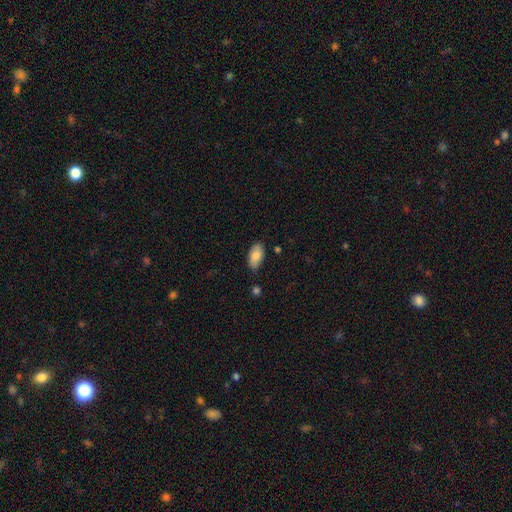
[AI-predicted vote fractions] Smooth or featured? smooth (83%)
How rounded? in between (94%)
Merging? none (80%)